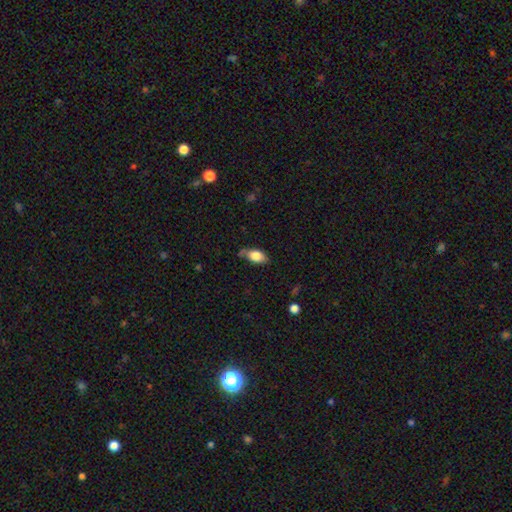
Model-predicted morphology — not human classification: Smooth or featured?
  - smooth: 80% *
  - featured or disk: 13%
  - star or artifact: 7%
How rounded?
  - in between: 88% *
  - round: 7%
  - cigar-shaped: 5%
Merging?
  - none: 58% *
  - minor disturbance: 31%
  - major disturbance: 7%
  - merger: 4%